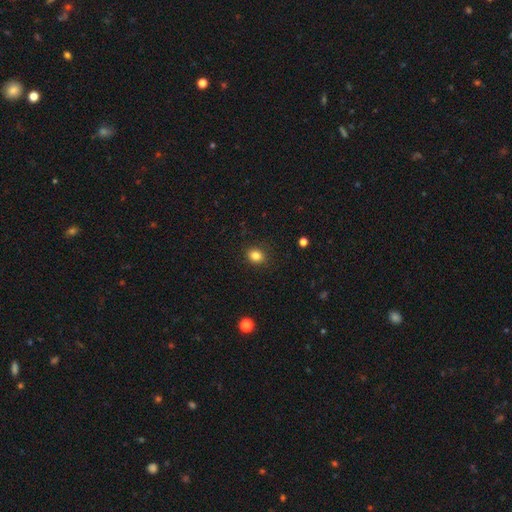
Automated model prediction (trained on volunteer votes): Smooth or featured? smooth (83%)
How rounded? round (58%)
Merging? none (89%)